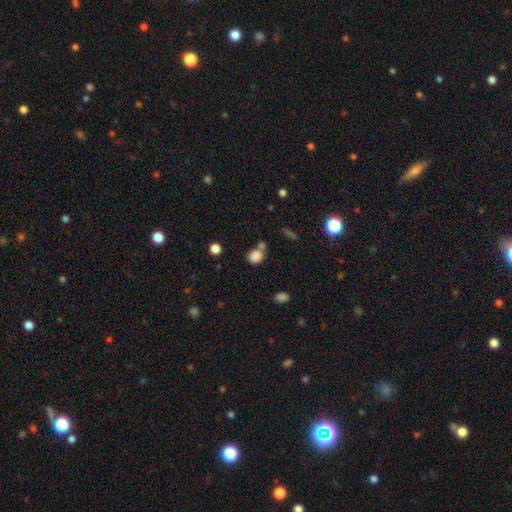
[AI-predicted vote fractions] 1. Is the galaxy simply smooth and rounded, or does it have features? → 83% smooth, 12% star or artifact, 6% featured or disk.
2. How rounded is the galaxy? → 60% round, 39% in between, 1% cigar-shaped.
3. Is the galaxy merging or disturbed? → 55% none, 26% merger, 13% minor disturbance, 6% major disturbance.